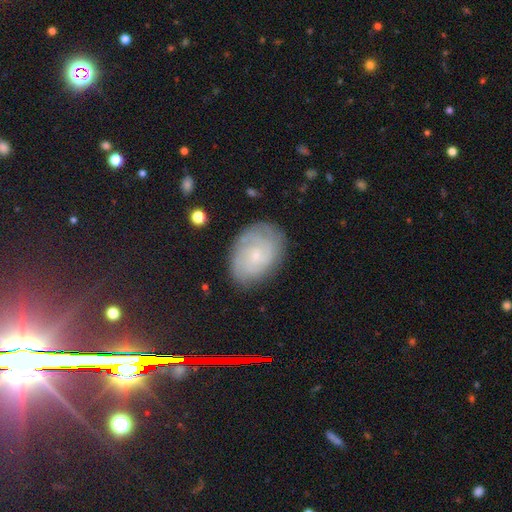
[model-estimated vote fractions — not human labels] A featured or disk galaxy (62%) with no bar (77%), tight (70%) spiral arms (90%) and a small central bulge (81%).

Vote fractions:
- Smooth or featured? featured or disk: 62% / smooth: 28% / star or artifact: 10%
- Edge-on disk? no: 96% / yes: 4%
- Bar? no: 77% / weak: 20% / strong: 3%
- Spiral arms? yes: 90% / no: 10%
- Spiral winding? tight: 70% / medium: 23% / loose: 7%
- Spiral arm count? can't tell: 51% / 2: 15% / 3: 13% / 4: 11% / more than 4: 6% / 1: 5%
- Bulge size? small: 81% / moderate: 13% / none: 4% / large: 1% / dominant: 1%
- Merging? none: 79% / minor disturbance: 15% / major disturbance: 4% / merger: 1%